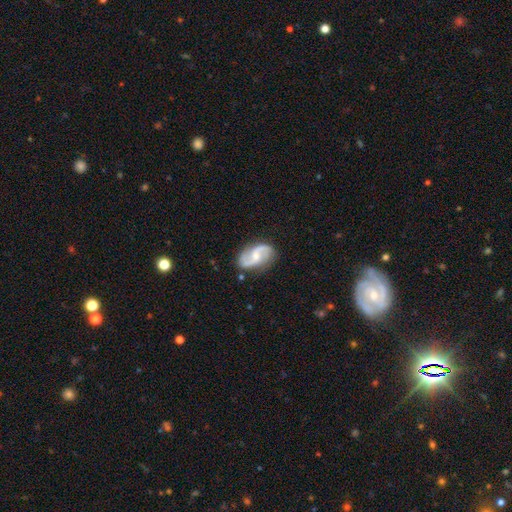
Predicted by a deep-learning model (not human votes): Morphology: type=featured or disk (86%); edge-on=no (98%); bar=weak (46%); spiral arms=yes (96%); winding=loose (54%); arm count=2 (93%); bulge=moderate (46%); merging=none (80%).